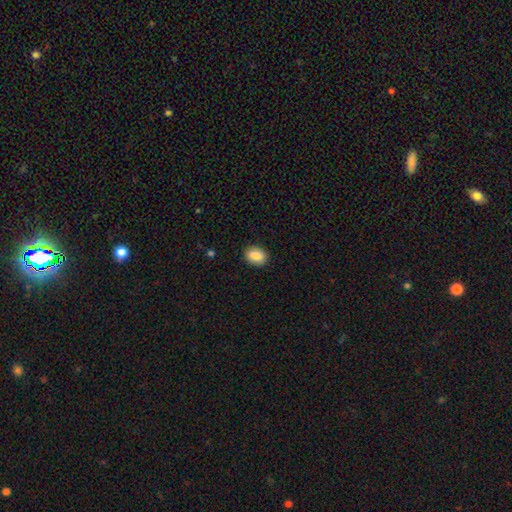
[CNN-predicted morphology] A smooth galaxy with no disk features (88%) that is in between round and cigar-shaped (74%). Merging: none (89%).